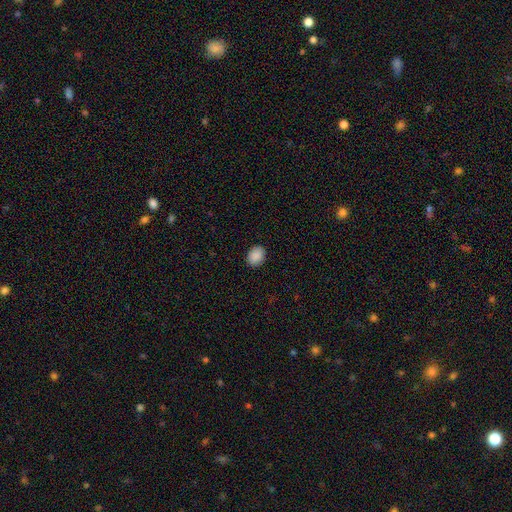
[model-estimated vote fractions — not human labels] This is clearly a smooth galaxy (90%). How rounded: likely in between (64%). Merging: clearly none (89%).